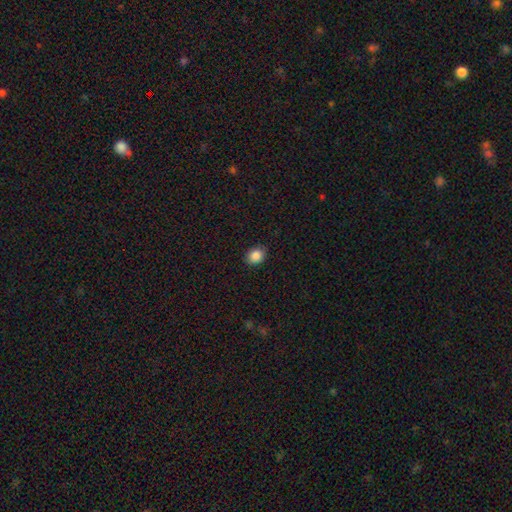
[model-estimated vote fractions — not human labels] Q: Smooth or featured?
A: smooth (87%); runner-up: star or artifact (9%)
Q: How rounded?
A: round (50%); runner-up: in between (49%)
Q: Merging?
A: none (86%); runner-up: minor disturbance (11%)